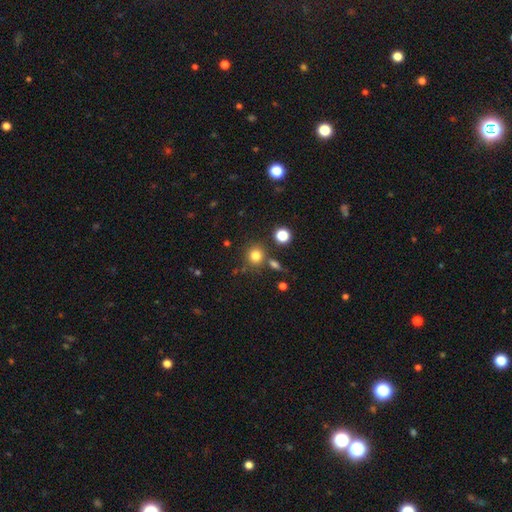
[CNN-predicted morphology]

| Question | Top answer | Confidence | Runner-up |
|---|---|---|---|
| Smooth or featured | smooth | 78% | star or artifact (14%) |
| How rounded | round | 86% | in between (12%) |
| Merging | none | 74% | merger (12%) |